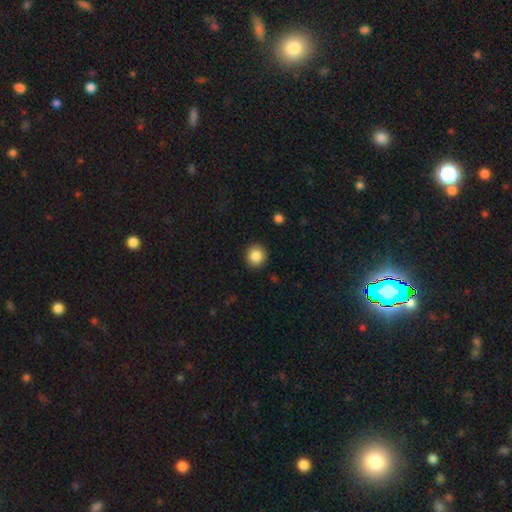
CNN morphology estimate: smooth 86%, star or artifact 9%, featured or disk 5%. Down the decision tree: how rounded — round (90%); merging — none (92%).